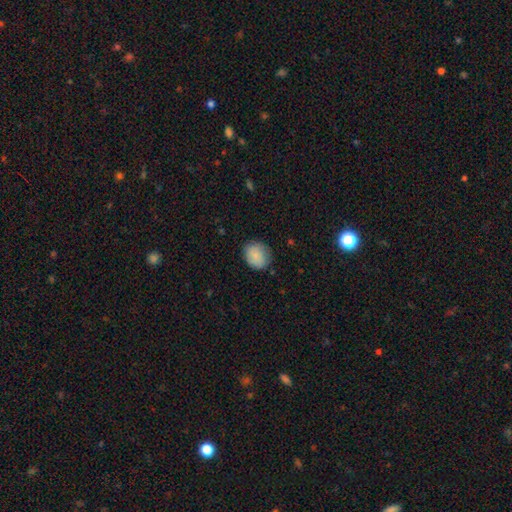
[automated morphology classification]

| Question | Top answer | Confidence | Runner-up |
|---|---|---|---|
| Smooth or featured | smooth | 87% | star or artifact (7%) |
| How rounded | round | 57% | in between (42%) |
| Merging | none | 77% | minor disturbance (18%) |